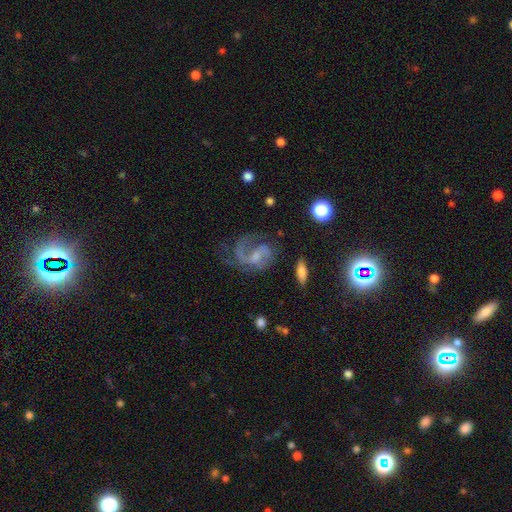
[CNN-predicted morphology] A featured or disk galaxy (80%) with a weak bar (47%), 2 (56%) medium (48%) spiral arms (92%) and a small central bulge (48%).

Vote fractions:
- Smooth or featured? featured or disk: 80% / smooth: 11% / star or artifact: 9%
- Edge-on disk? no: 97% / yes: 3%
- Bar? weak: 47% / no: 38% / strong: 15%
- Spiral arms? yes: 92% / no: 8%
- Spiral winding? medium: 48% / loose: 36% / tight: 16%
- Spiral arm count? 2: 56% / 1: 31% / can't tell: 7% / 3: 3% / 4: 1% / more than 4: 1%
- Bulge size? small: 48% / moderate: 26% / none: 22% / large: 3% / dominant: 1%
- Merging? none: 48% / major disturbance: 30% / minor disturbance: 18% / merger: 4%